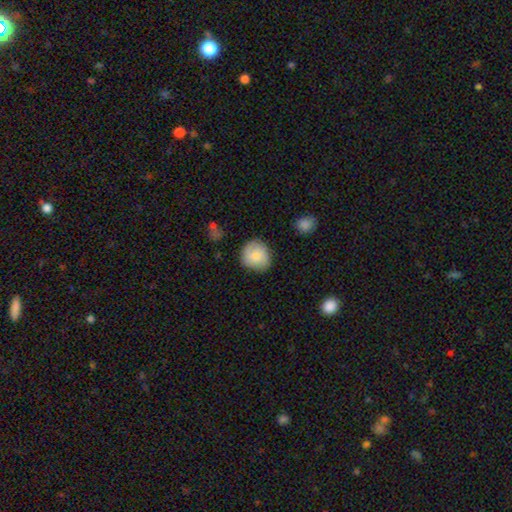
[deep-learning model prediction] Smooth or featured? Predicted: smooth (p=0.77). How rounded? Predicted: round (p=0.88). Merging? Predicted: none (p=0.80).